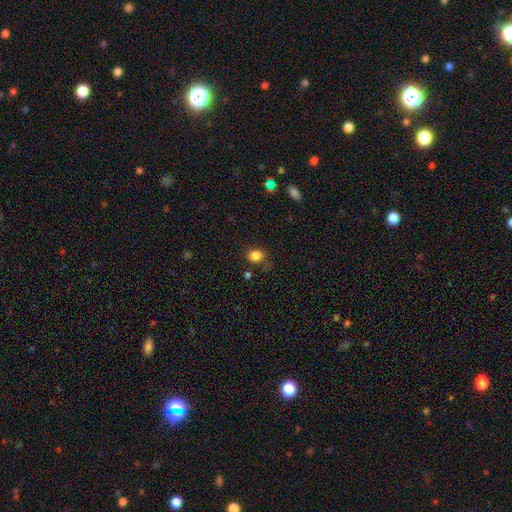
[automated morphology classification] This appears to be a smooth galaxy with no disk features (83%) that is round (69%). Merging: none (71%).